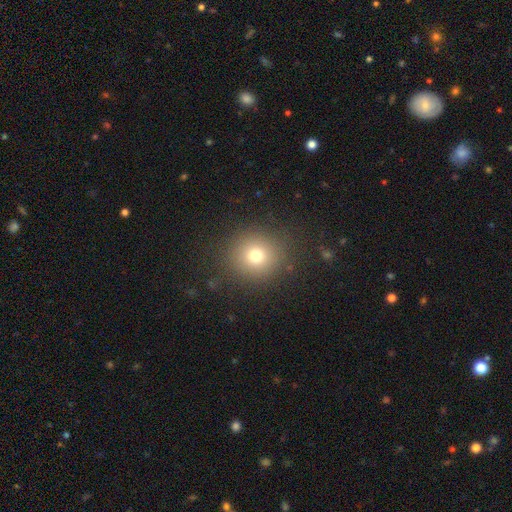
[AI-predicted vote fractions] Overall: smooth (74%). How rounded: round (90%). Merging: none (87%).